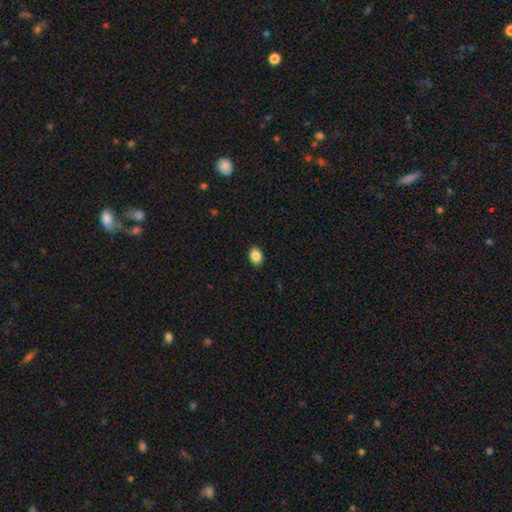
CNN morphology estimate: Overall: smooth (88%). How rounded: in between (78%). Merging: none (90%).